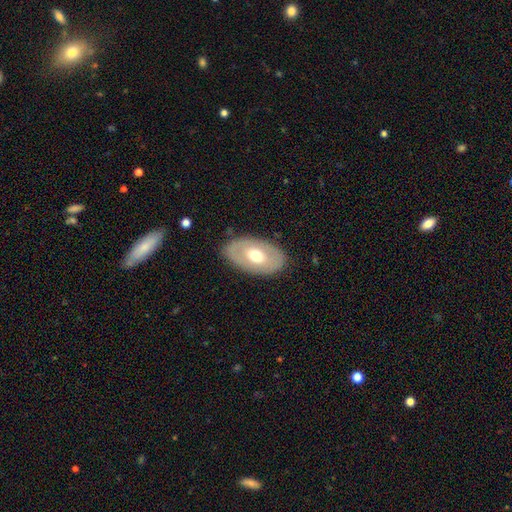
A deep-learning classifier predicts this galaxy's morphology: smooth_or_featured: smooth (p=0.52) [alt: featured or disk p=0.43]
how_rounded: in between (p=0.91) [alt: round p=0.08]
merging: none (p=0.84) [alt: minor disturbance p=0.11]